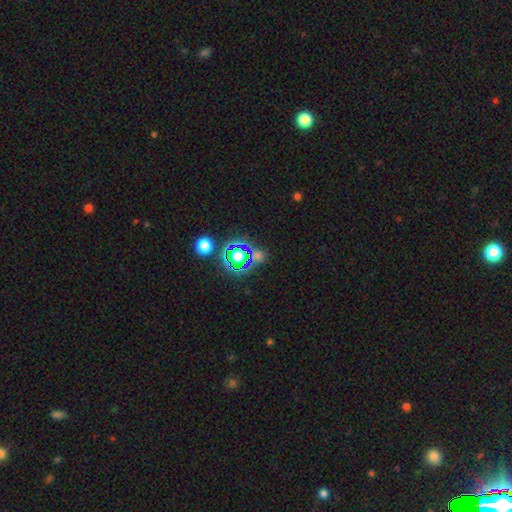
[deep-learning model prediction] Smooth or featured: star or artifact — 67% (smooth — 24%)